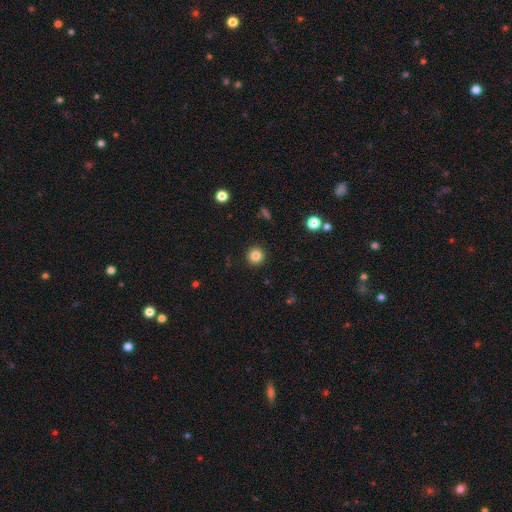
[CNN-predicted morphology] This is clearly a smooth galaxy (84%). How rounded: clearly round (95%). Merging: clearly none (92%).